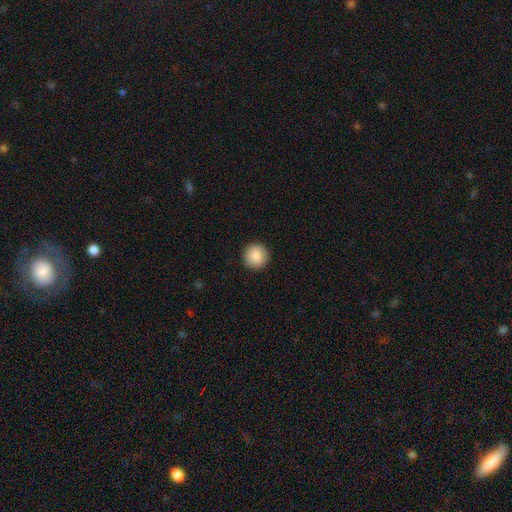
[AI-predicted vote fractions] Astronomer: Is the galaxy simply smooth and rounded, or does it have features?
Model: smooth — 87%.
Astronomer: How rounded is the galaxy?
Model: round — 94%.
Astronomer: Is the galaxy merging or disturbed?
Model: none — 92%.